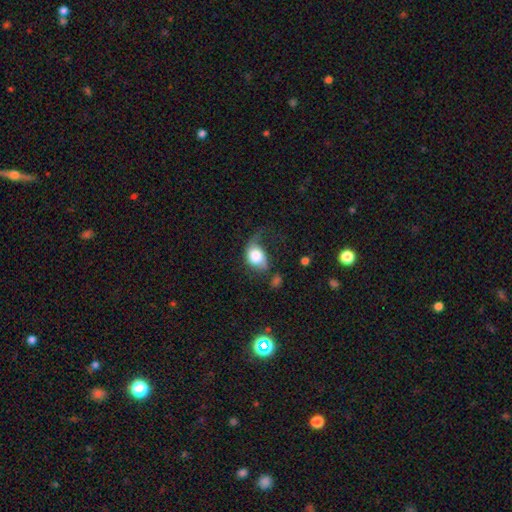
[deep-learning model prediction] Smooth or featured: smooth — 69% (featured or disk — 24%)
How rounded: in between — 64% (round — 35%)
Merging: major disturbance — 36% (minor disturbance — 31%)